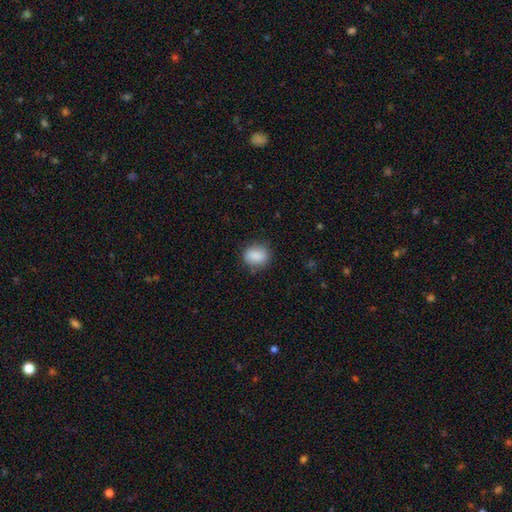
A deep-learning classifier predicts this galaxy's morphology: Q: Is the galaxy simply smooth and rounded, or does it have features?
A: smooth — 86%.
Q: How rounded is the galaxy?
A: round — 58%.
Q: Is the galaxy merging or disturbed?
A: none — 81%.